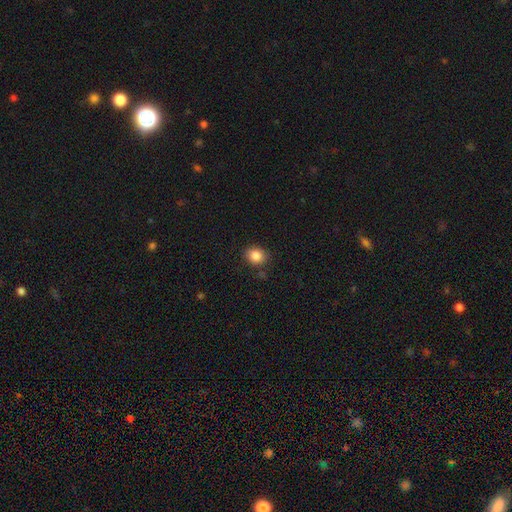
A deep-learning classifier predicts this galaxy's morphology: Smooth or featured? Predicted: smooth (p=0.86). How rounded? Predicted: round (p=0.61). Merging? Predicted: none (p=0.84).